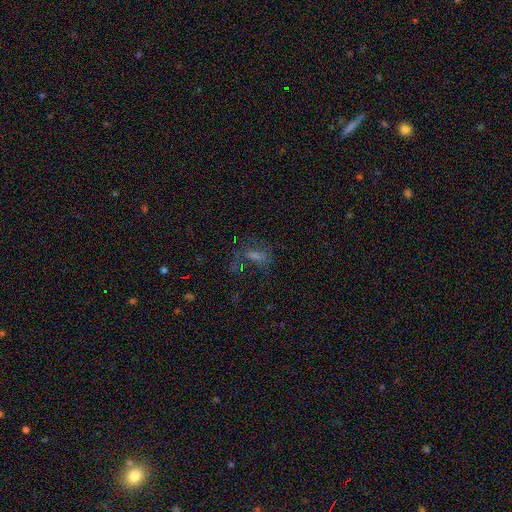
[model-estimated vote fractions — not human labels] smooth-or-featured: smooth: 36% | star or artifact: 33% | featured or disk: 32%
  merging: none: 46% | major disturbance: 29% | minor disturbance: 19% | merger: 6%